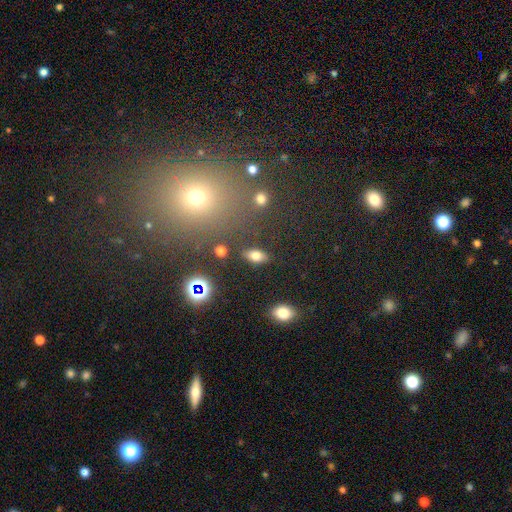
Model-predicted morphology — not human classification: smooth 75%, featured or disk 13%, star or artifact 12%. Down the decision tree: how rounded — in between (87%); merging — none (85%).